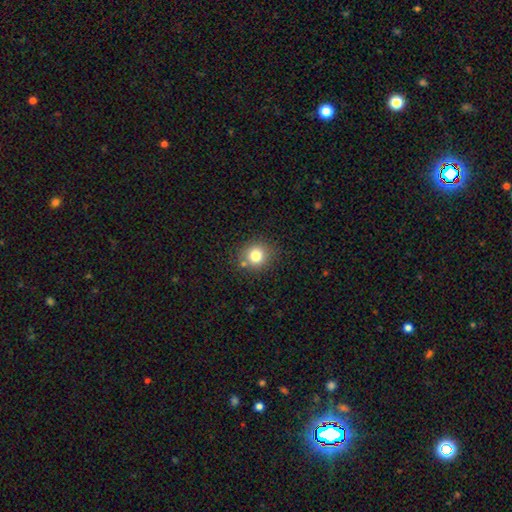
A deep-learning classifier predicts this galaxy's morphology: A smooth galaxy with no disk features (79%) that is round (86%).

Vote fractions:
- Smooth or featured? smooth: 79% / star or artifact: 13% / featured or disk: 8%
- How rounded? round: 86% / in between: 13% / cigar-shaped: 1%
- Merging? none: 82% / minor disturbance: 10% / merger: 5% / major disturbance: 3%